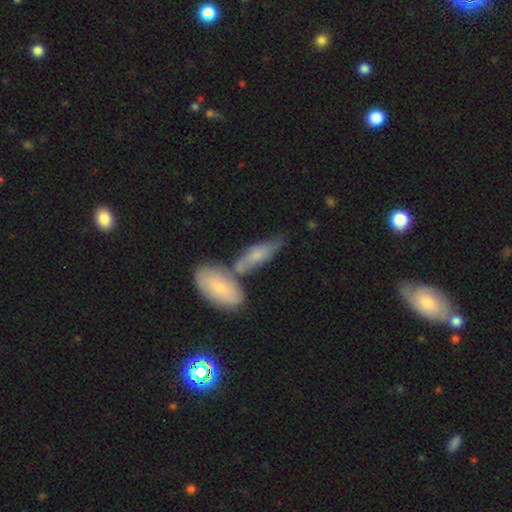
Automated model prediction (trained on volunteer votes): Morphology: type=smooth (61%); roundness=in between (64%); merging=none (41%).